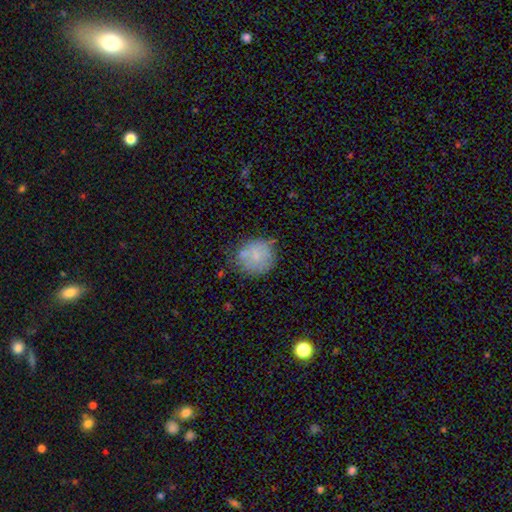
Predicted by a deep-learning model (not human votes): smooth-or-featured: smooth: 70% | featured or disk: 21% | star or artifact: 9%
  how-rounded: round: 87% | in between: 12% | cigar-shaped: 1%
  merging: none: 61% | minor disturbance: 23% | merger: 8% | major disturbance: 7%